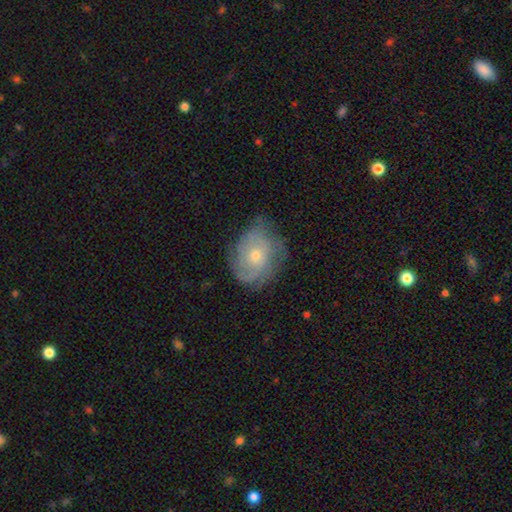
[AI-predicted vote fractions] Smooth or featured: featured or disk — 65% (smooth — 27%)
Edge-on disk: no — 96% (yes — 4%)
Bar: no — 82% (weak — 15%)
Spiral arms: yes — 84% (no — 16%)
Spiral winding: tight — 58% (medium — 30%)
Spiral arm count: can't tell — 44% (2 — 19%)
Bulge size: small — 51% (moderate — 45%)
Merging: none — 64% (minor disturbance — 25%)